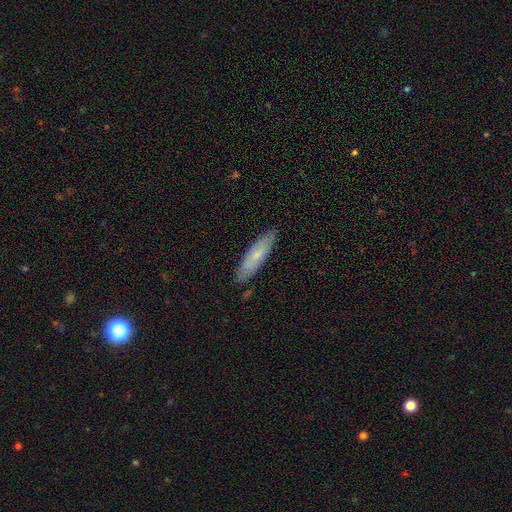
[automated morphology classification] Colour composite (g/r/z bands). It shows a smooth galaxy with no disk features (63%) that is cigar-shaped (68%). Merging: none (84%).